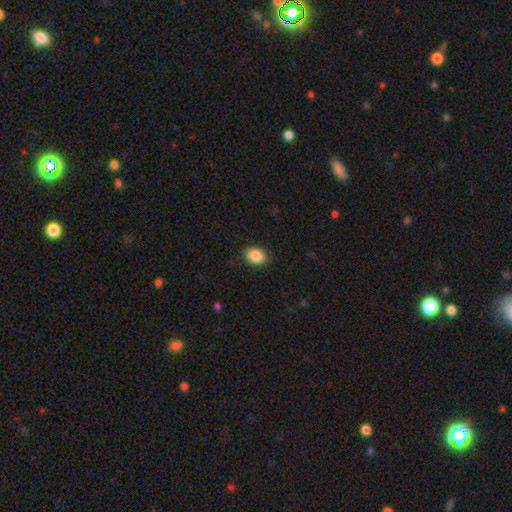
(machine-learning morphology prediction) The model was most divided on "how rounded": in between: 74%, round: 25%, cigar-shaped: 1%. More confident: smooth or featured — smooth (88%); merging — none (88%).